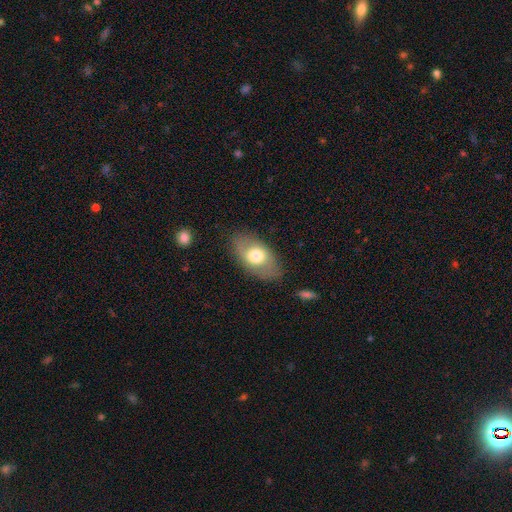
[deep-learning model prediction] smooth 62%, featured or disk 31%, star or artifact 7%. Down the decision tree: how rounded — in between (89%); merging — none (80%).